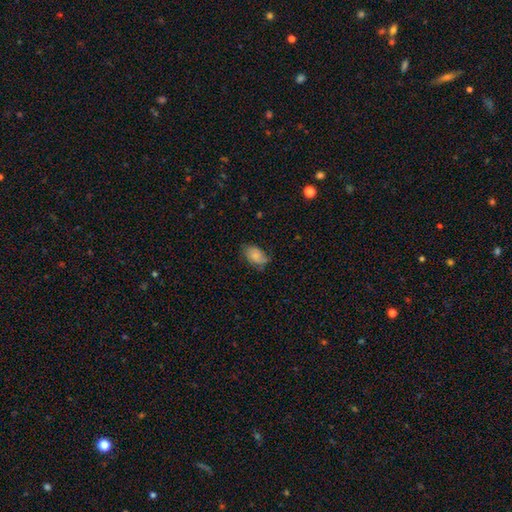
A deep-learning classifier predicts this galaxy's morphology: A smooth galaxy with no disk features (72%) that is in between round and cigar-shaped (88%).

Vote fractions:
- Smooth or featured? smooth: 72% / featured or disk: 20% / star or artifact: 8%
- How rounded? in between: 88% / round: 10% / cigar-shaped: 1%
- Merging? none: 62% / minor disturbance: 29% / major disturbance: 8% / merger: 1%